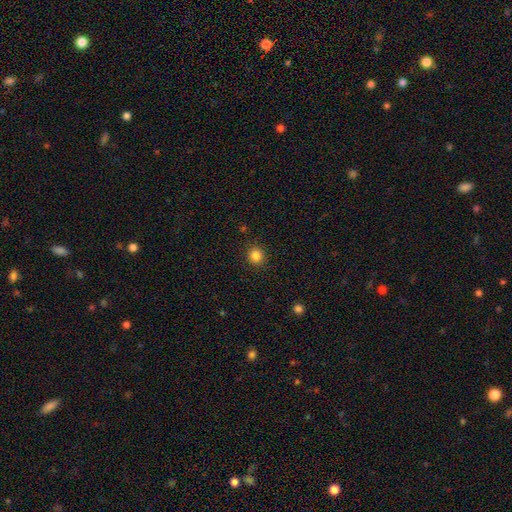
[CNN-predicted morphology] smooth-or-featured: smooth: 84% | star or artifact: 11% | featured or disk: 4%
  how-rounded: round: 90% | in between: 9% | cigar-shaped: 1%
  merging: none: 91% | minor disturbance: 6% | major disturbance: 2% | merger: 1%